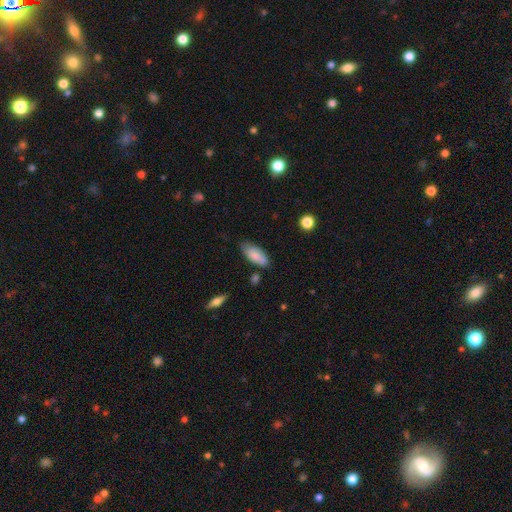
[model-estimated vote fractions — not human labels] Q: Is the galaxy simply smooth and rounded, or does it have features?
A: smooth — 84%.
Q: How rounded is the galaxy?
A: in between — 83%.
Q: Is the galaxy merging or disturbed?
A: none — 70%.